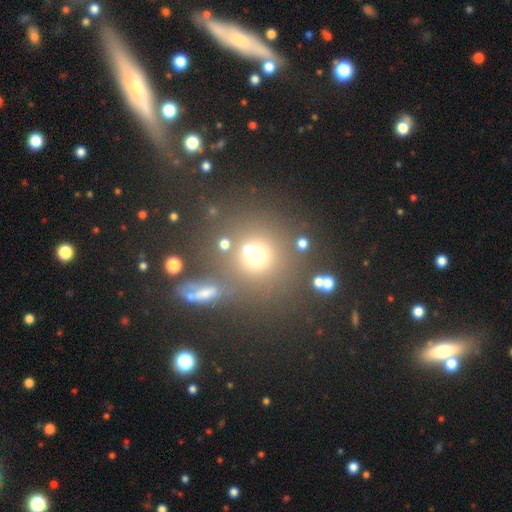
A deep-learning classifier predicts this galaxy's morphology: This appears to be a smooth galaxy with no disk features (65%) that is round (88%). Merging: none (59%).